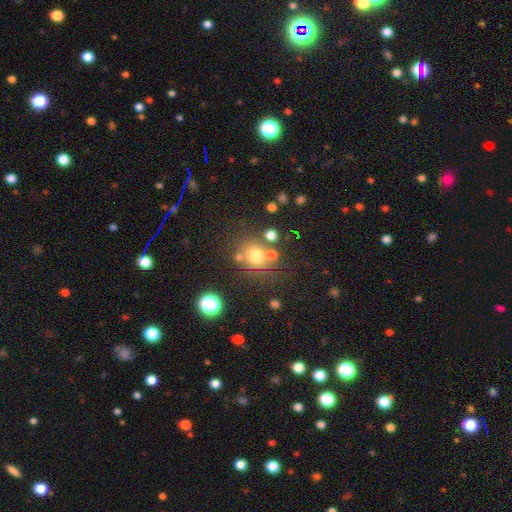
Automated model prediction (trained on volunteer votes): This appears to be a smooth galaxy with no disk features (69%) that is round (76%). Merging: none (65%).